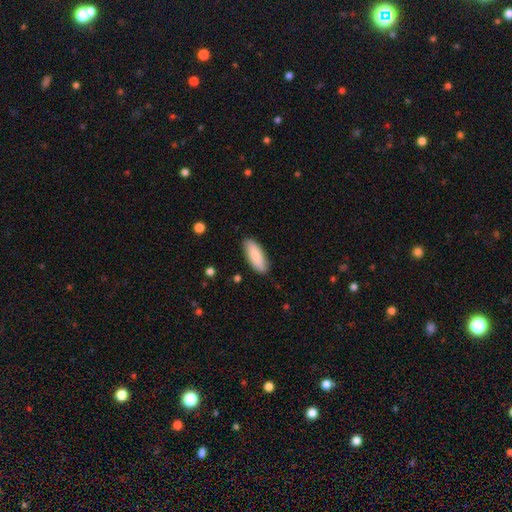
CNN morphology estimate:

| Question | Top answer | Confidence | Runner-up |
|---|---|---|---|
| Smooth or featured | smooth | 85% | featured or disk (10%) |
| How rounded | in between | 71% | cigar-shaped (27%) |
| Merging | none | 87% | minor disturbance (10%) |